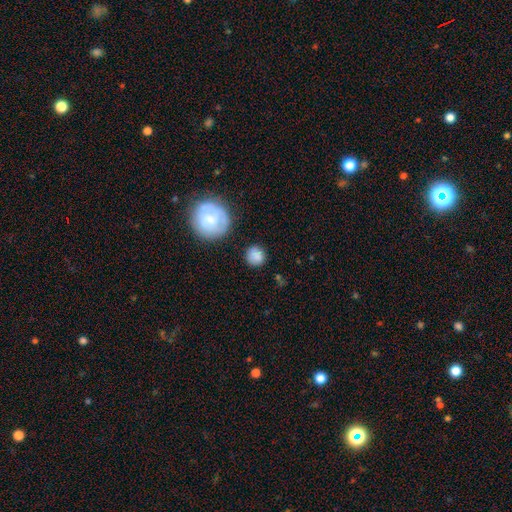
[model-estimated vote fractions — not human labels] A smooth galaxy with no disk features (84%) that is round (89%).

Vote fractions:
- Smooth or featured? smooth: 84% / featured or disk: 9% / star or artifact: 7%
- How rounded? round: 89% / in between: 9% / cigar-shaped: 1%
- Merging? none: 81% / minor disturbance: 12% / major disturbance: 4% / merger: 3%